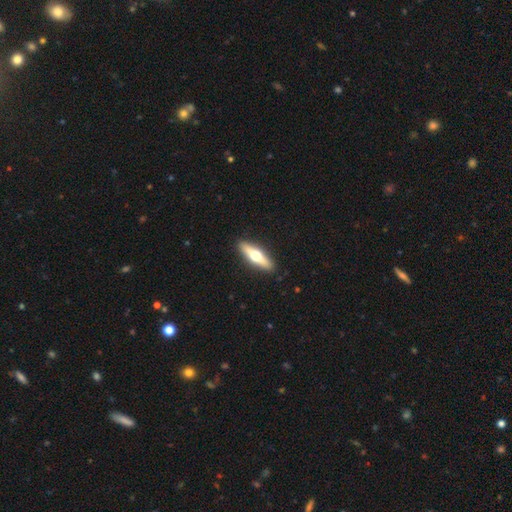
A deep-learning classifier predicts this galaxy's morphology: Smooth or featured?
  - featured or disk: 55% *
  - smooth: 40%
  - star or artifact: 5%
Edge-on disk?
  - yes: 92% *
  - no: 8%
Edge-on bulge?
  - rounded: 96% *
  - none: 2%
  - boxy: 2%
Merging?
  - none: 91% *
  - minor disturbance: 6%
  - major disturbance: 2%
  - merger: 1%